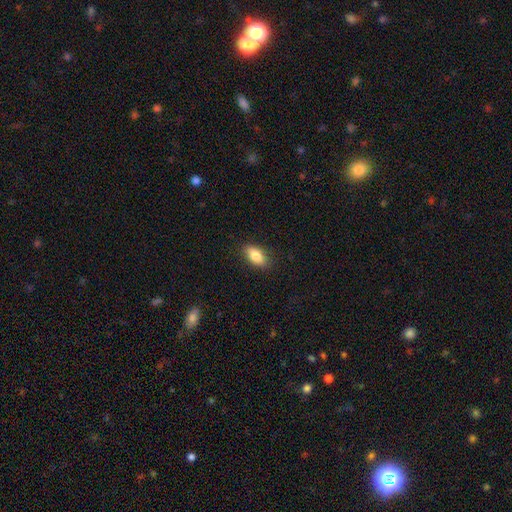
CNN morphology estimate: Smooth or featured? Predicted: smooth (p=0.84). How rounded? Predicted: in between (p=0.88). Merging? Predicted: none (p=0.87).